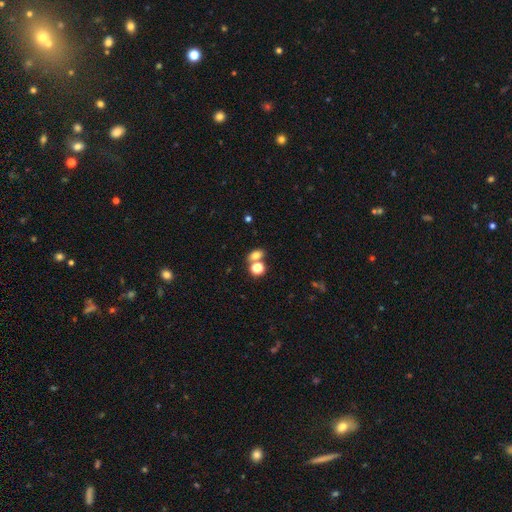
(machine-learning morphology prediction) smooth 73%, star or artifact 16%, featured or disk 11%. Down the decision tree: how rounded — in between (66%); merging — none (52%).